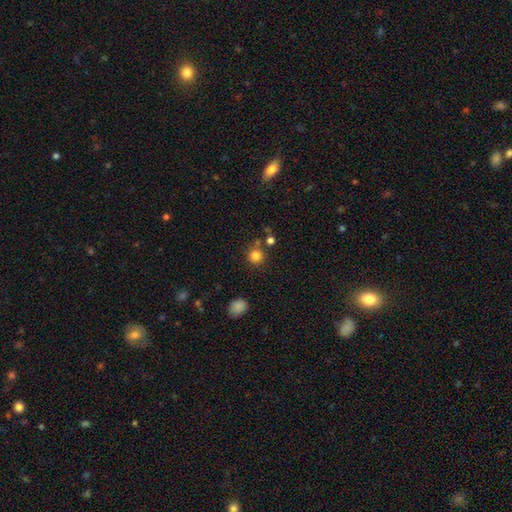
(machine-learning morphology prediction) type=smooth (82%); roundness=round (93%); merging=none (77%).